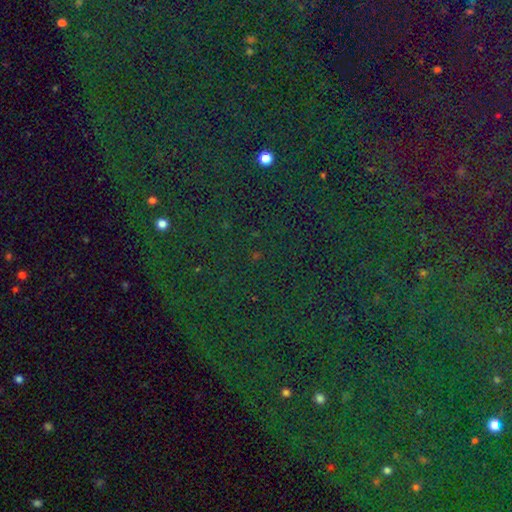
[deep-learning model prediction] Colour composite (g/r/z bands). It shows a star or artifact, not a galaxy (80%).